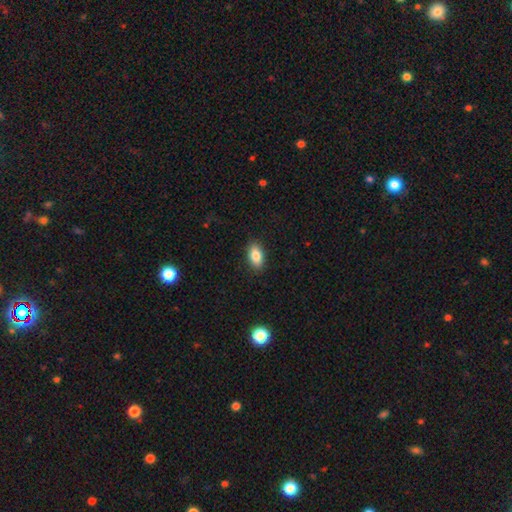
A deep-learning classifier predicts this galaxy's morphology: Smooth or featured?
  - smooth: 84% *
  - featured or disk: 8%
  - star or artifact: 8%
How rounded?
  - in between: 90% *
  - round: 5%
  - cigar-shaped: 5%
Merging?
  - none: 89% *
  - minor disturbance: 8%
  - major disturbance: 2%
  - merger: 1%